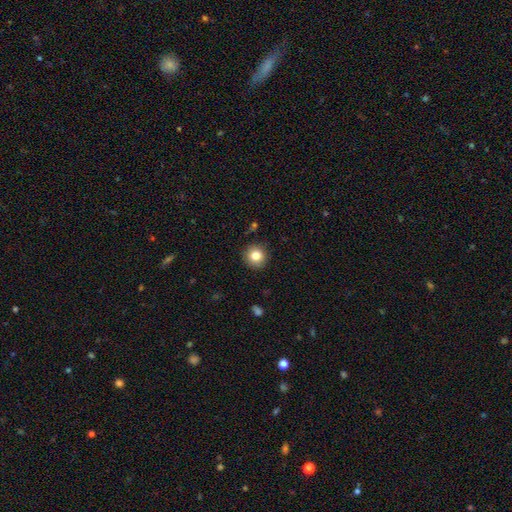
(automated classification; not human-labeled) Smooth or featured? smooth (82%)
How rounded? round (93%)
Merging? none (90%)